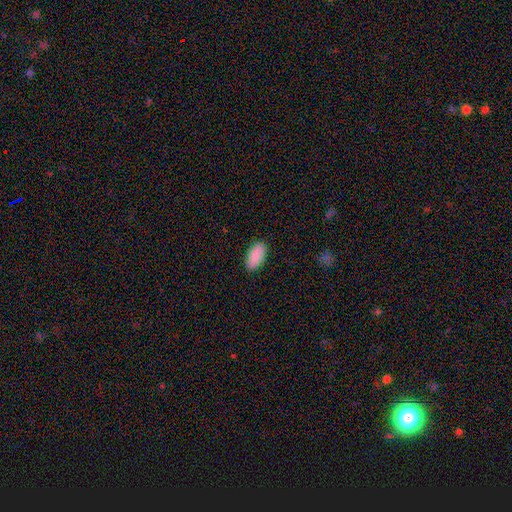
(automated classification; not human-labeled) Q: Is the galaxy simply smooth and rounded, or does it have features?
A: smooth — 88%.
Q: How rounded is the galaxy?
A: in between — 93%.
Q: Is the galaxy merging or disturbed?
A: none — 88%.